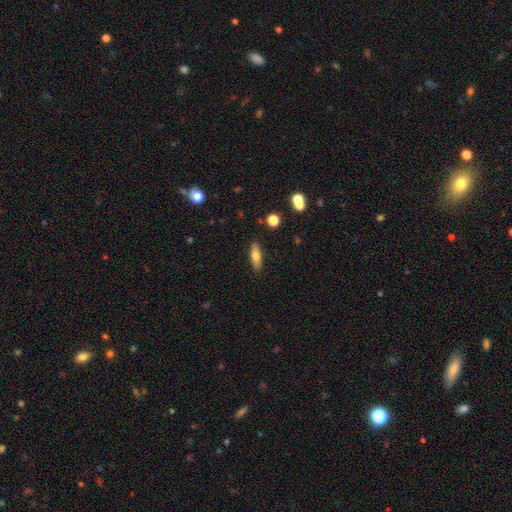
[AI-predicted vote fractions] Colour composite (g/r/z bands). It shows a smooth galaxy with no disk features (66%) that is in between round and cigar-shaped (49%). Merging: none (88%).